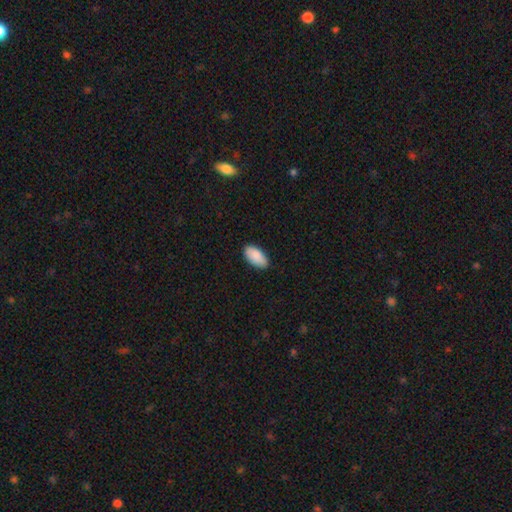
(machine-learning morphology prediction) A smooth galaxy with no disk features (89%) that is in between round and cigar-shaped (95%). Merging: none (86%).